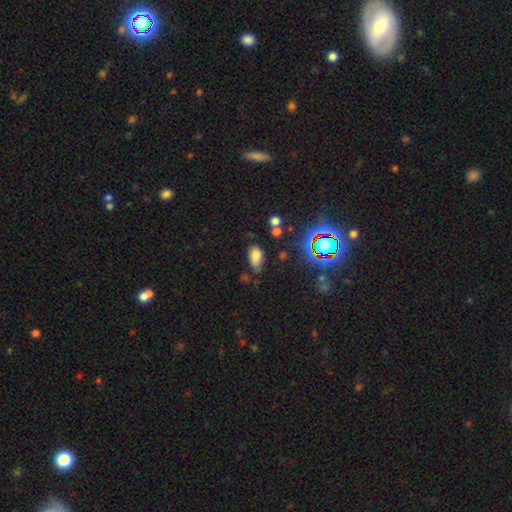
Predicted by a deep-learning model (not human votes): A smooth galaxy with no disk features (74%) that is in between round and cigar-shaped (90%). Merging: none (55%).